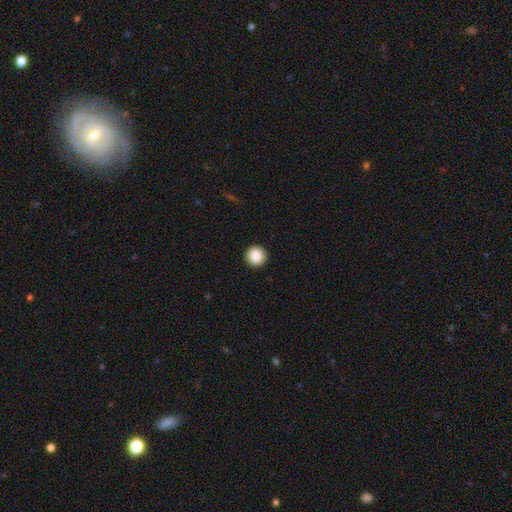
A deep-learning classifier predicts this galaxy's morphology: smooth 86%, star or artifact 8%, featured or disk 6%. Down the decision tree: how rounded — round (95%); merging — none (93%).